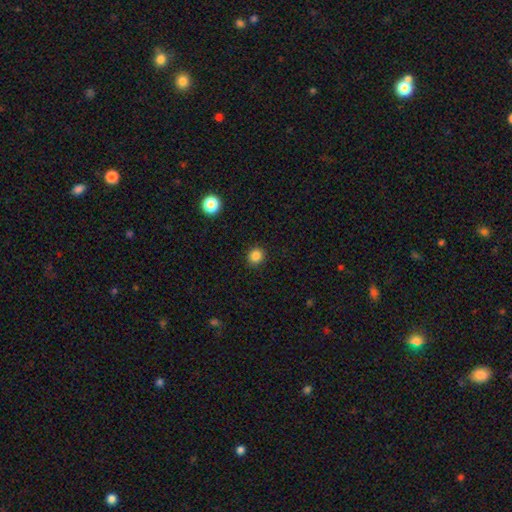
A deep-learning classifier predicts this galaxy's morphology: type=smooth (84%); roundness=round (87%); merging=none (91%).